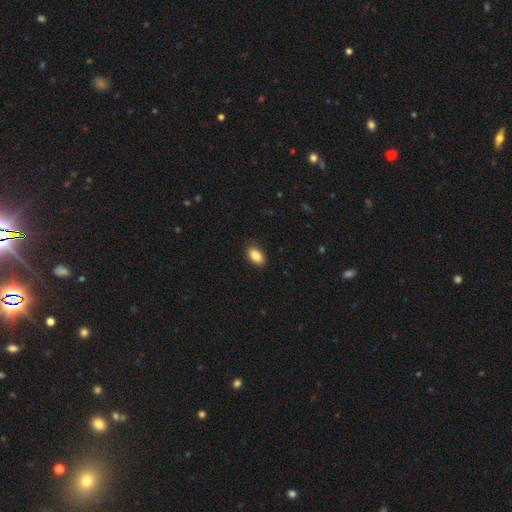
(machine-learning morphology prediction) type=smooth (86%); roundness=in between (91%); merging=none (87%).